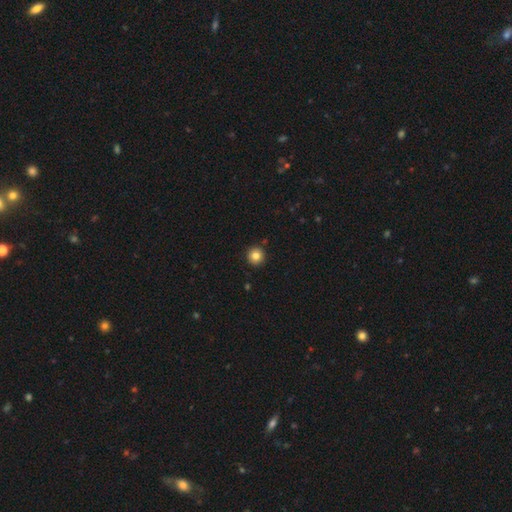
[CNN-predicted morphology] Smooth or featured? smooth (83%)
How rounded? round (95%)
Merging? none (92%)